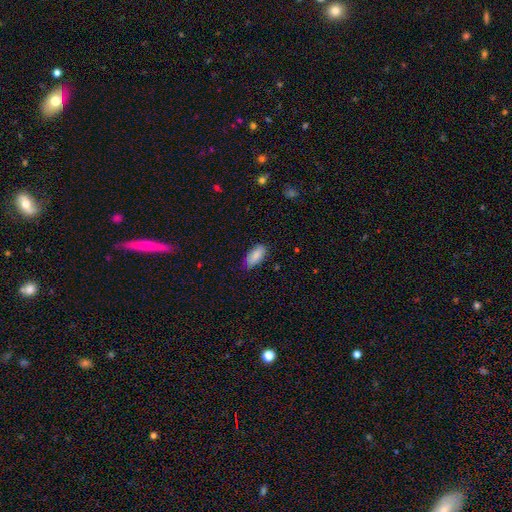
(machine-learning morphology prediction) Smooth or featured? Predicted: smooth (p=0.86). How rounded? Predicted: in between (p=0.90). Merging? Predicted: none (p=0.75).